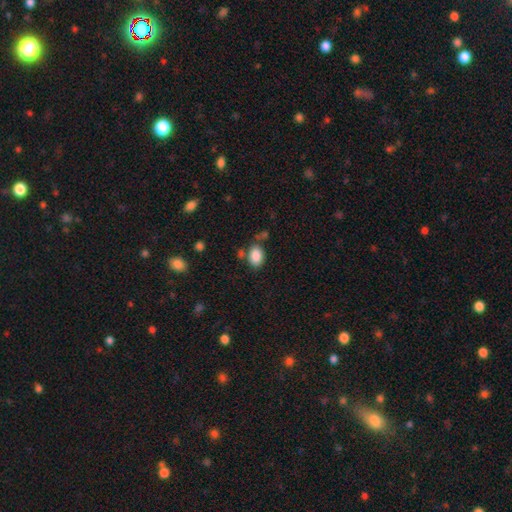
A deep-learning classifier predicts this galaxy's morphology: smooth 87%, star or artifact 8%, featured or disk 5%. Down the decision tree: how rounded — in between (78%); merging — none (68%).